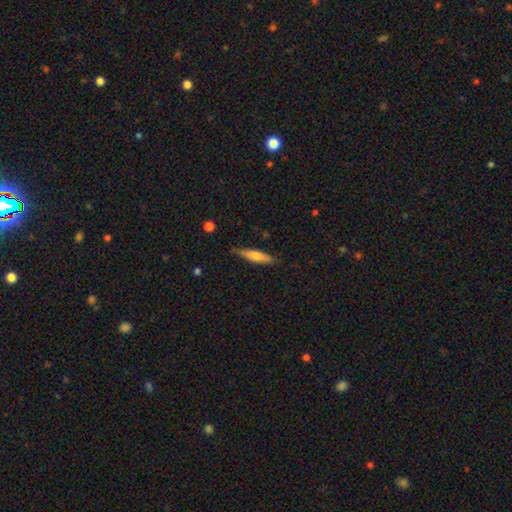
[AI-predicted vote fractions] A smooth galaxy with no disk features (63%) that is cigar-shaped (85%). Merging: none (80%).